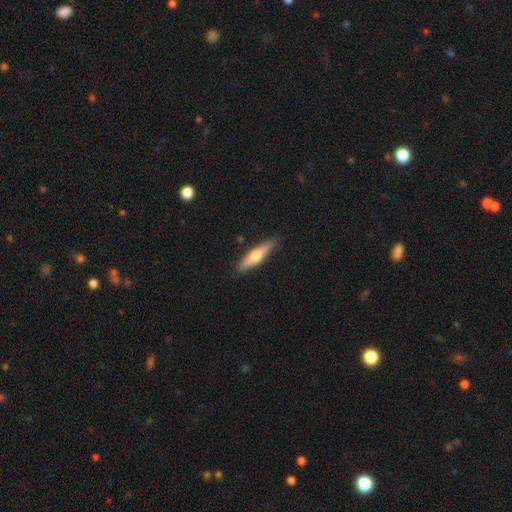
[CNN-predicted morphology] type=smooth (53%); roundness=cigar-shaped (80%); merging=none (88%).